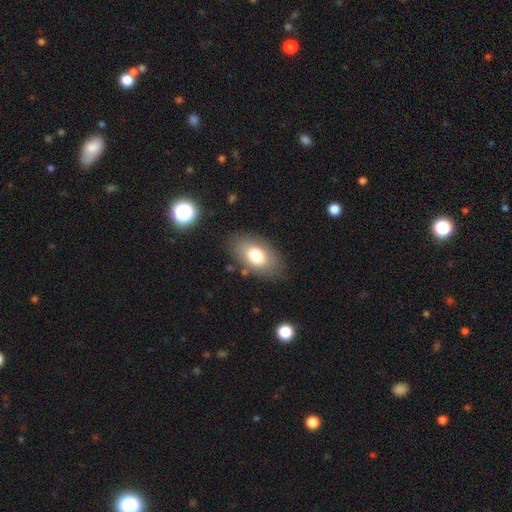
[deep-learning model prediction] Smooth or featured? Predicted: smooth (p=0.73). How rounded? Predicted: in between (p=0.90). Merging? Predicted: none (p=0.82).